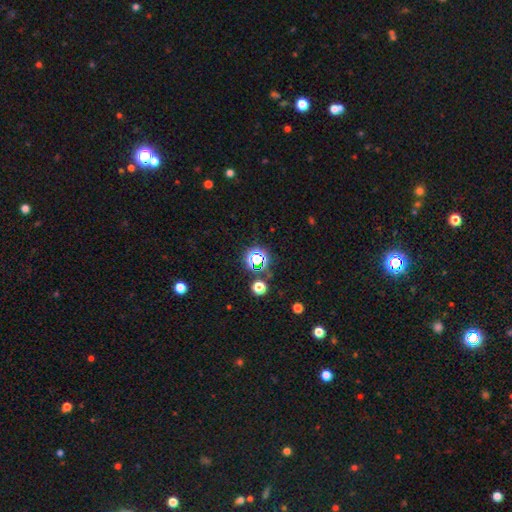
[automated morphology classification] star or artifact 71%, smooth 21%, featured or disk 8%.